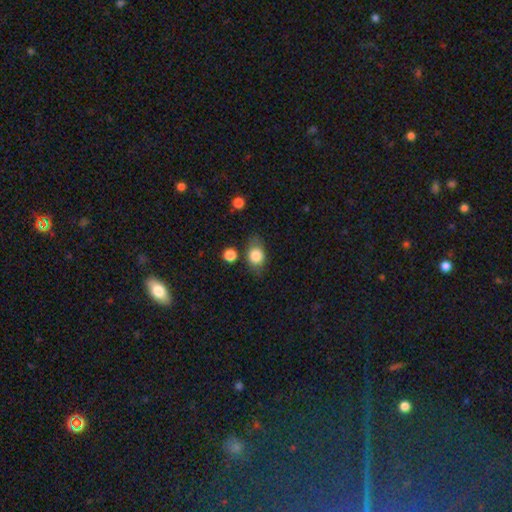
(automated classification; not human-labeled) This appears to be a smooth galaxy with no disk features (80%) that is in between round and cigar-shaped (60%). Merging: none (68%).